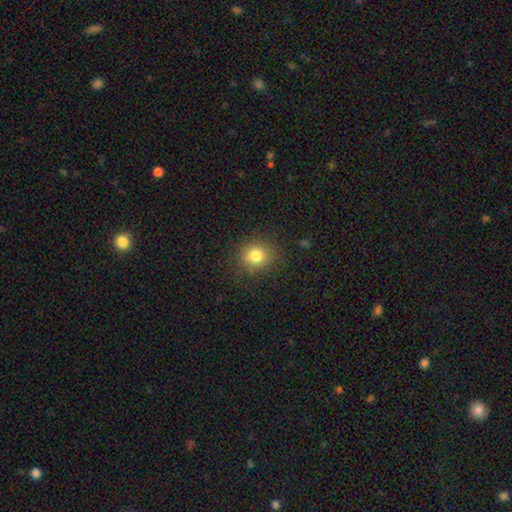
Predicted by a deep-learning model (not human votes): A smooth galaxy with no disk features (81%) that is round (76%). Merging: none (85%).